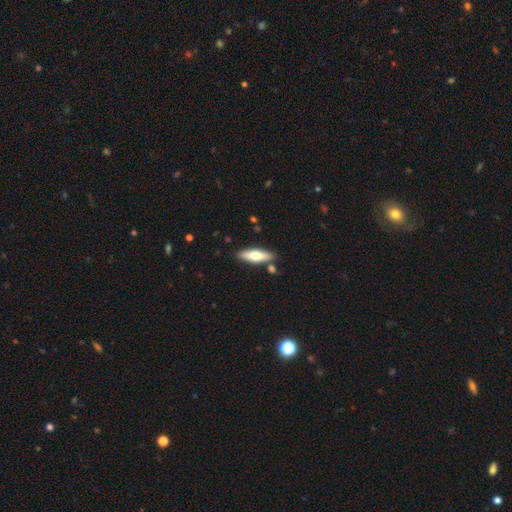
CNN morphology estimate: The model was most divided on "how rounded": cigar-shaped: 52%, in between: 45%, round: 2%. More confident: merging — none (82%); smooth or featured — smooth (57%).